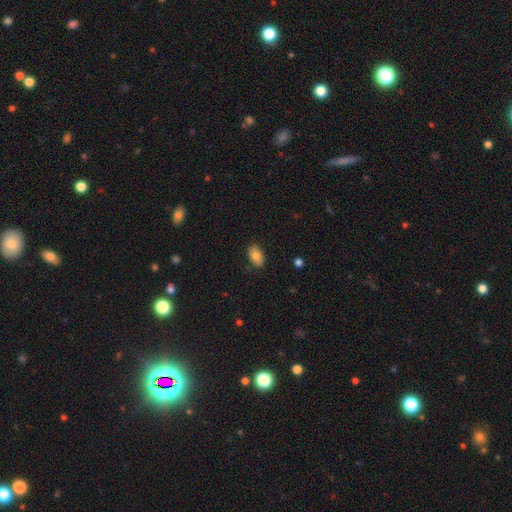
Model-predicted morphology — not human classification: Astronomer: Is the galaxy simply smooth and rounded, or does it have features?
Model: smooth — 82%.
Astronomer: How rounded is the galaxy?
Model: in between — 91%.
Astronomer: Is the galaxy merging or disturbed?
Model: none — 84%.